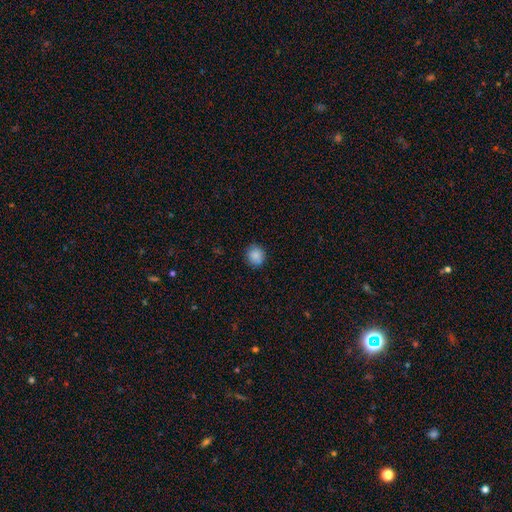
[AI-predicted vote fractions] The model was most divided on "smooth or featured": smooth: 86%, star or artifact: 10%, featured or disk: 4%. More confident: how rounded — round (89%); merging — none (87%).